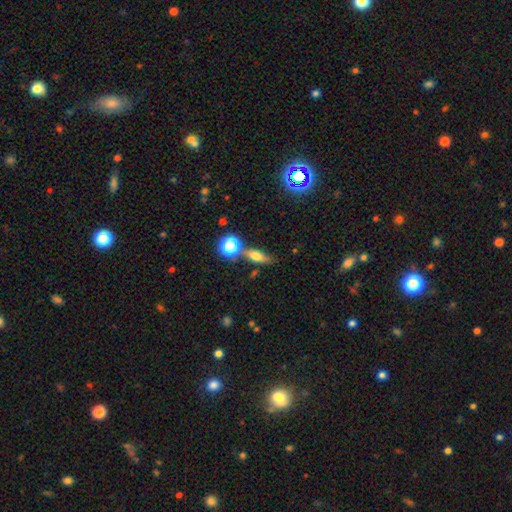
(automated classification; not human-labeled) smooth 58%, featured or disk 28%, star or artifact 14%. Down the decision tree: how rounded — in between (51%); merging — none (63%).